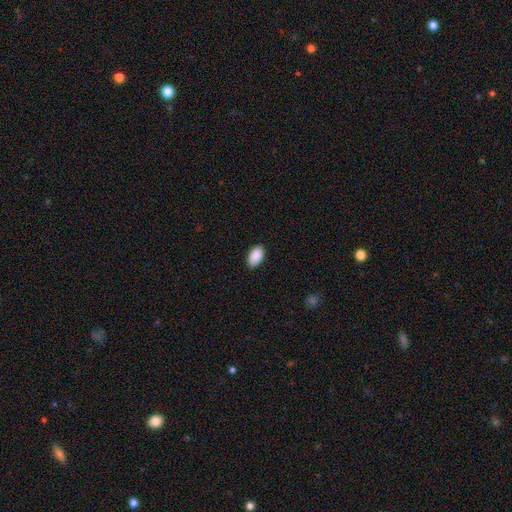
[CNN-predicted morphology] A smooth galaxy with no disk features (91%) that is in between round and cigar-shaped (95%). Merging: none (88%).